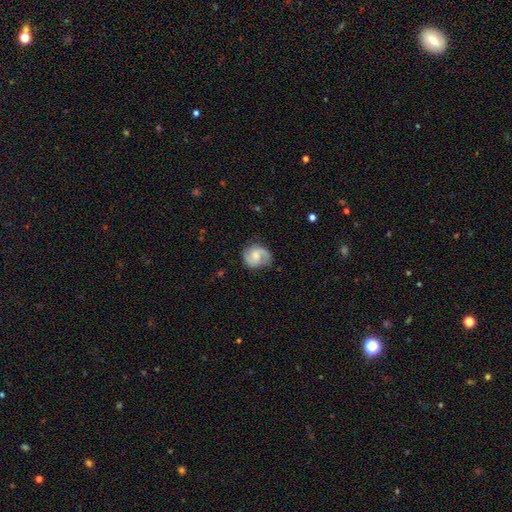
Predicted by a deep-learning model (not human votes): smooth-or-featured: featured or disk: 79% | smooth: 16% | star or artifact: 6%
  disk-edge-on: no: 98% | yes: 2%
    bar: no: 49% | weak: 44% | strong: 7%
    has-spiral-arms: yes: 96% | no: 4%
      spiral-winding: medium: 52% | loose: 24% | tight: 24%
      spiral-arm-count: 2: 87% | 1: 5% | can't tell: 4% | 3: 1% | 4: 1% | more than 4: 1%
    bulge-size: moderate: 46% | small: 37% | none: 11% | large: 5% | dominant: 1%
  merging: none: 76% | minor disturbance: 17% | major disturbance: 6% | merger: 1%